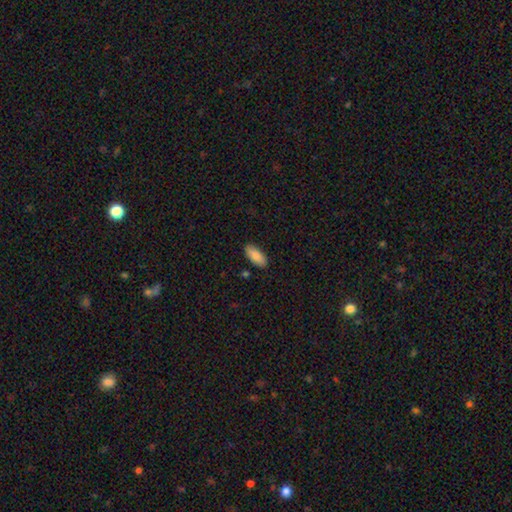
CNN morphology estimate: This appears to be a smooth galaxy with no disk features (88%) that is in between round and cigar-shaped (89%). Merging: none (87%).